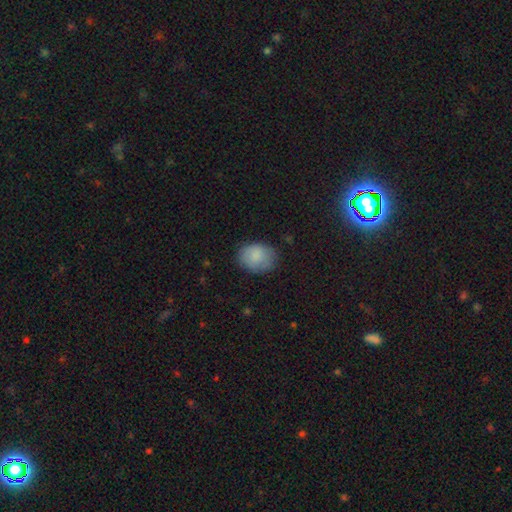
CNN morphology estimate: smooth-or-featured: smooth: 85% | featured or disk: 8% | star or artifact: 7%
  how-rounded: in between: 57% | round: 42% | cigar-shaped: 1%
  merging: none: 74% | minor disturbance: 20% | major disturbance: 5% | merger: 1%